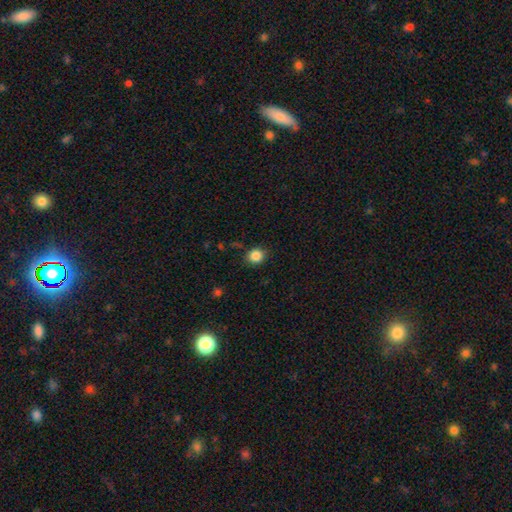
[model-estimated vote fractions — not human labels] Q: Smooth or featured?
A: smooth (85%); runner-up: star or artifact (11%)
Q: How rounded?
A: round (80%); runner-up: in between (19%)
Q: Merging?
A: none (86%); runner-up: minor disturbance (10%)